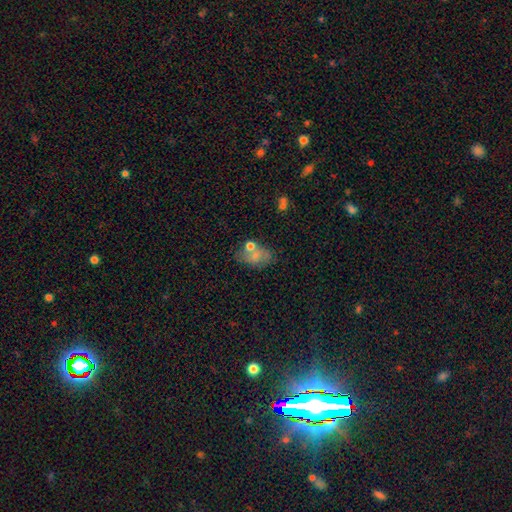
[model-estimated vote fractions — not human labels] This appears to be a smooth galaxy with no disk features (62%) that is in between round and cigar-shaped (83%). Merging: none (50%).